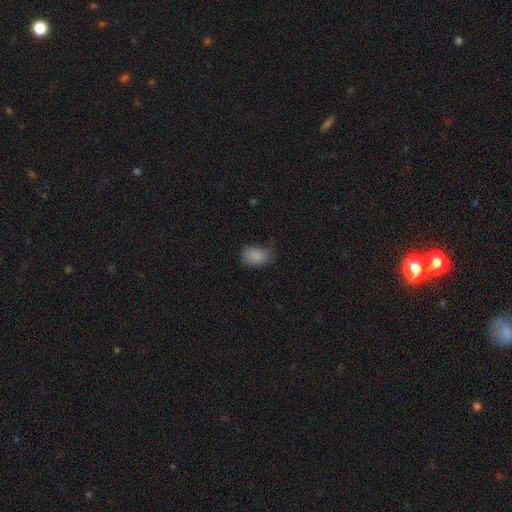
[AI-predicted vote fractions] Smooth or featured?
  - smooth: 85% *
  - star or artifact: 9%
  - featured or disk: 5%
How rounded?
  - in between: 84% *
  - round: 15%
  - cigar-shaped: 1%
Merging?
  - none: 56% *
  - minor disturbance: 32%
  - major disturbance: 11%
  - merger: 2%